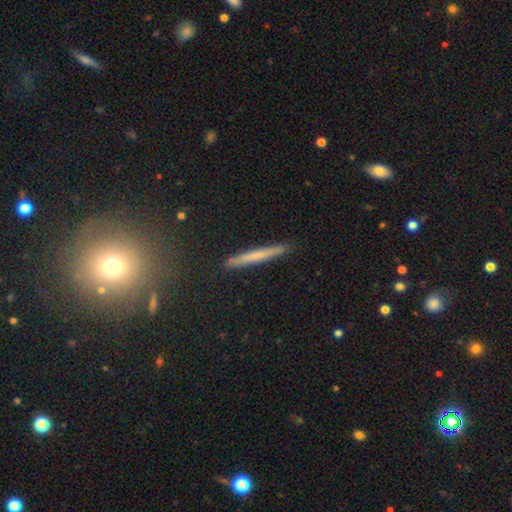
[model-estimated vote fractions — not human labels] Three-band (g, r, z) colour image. It shows a smooth galaxy with no disk features (56%) that is cigar-shaped (96%). Merging: none (90%).